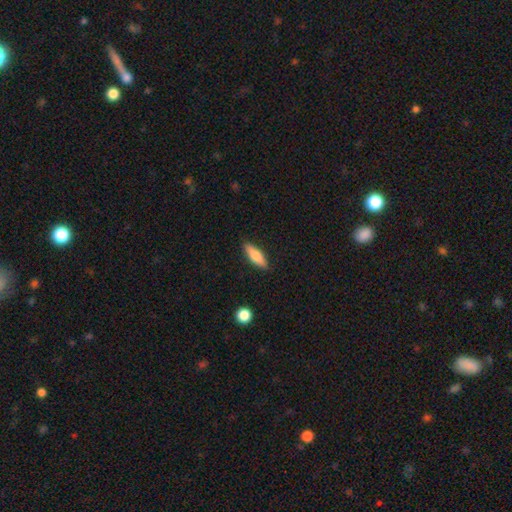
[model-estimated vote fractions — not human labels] Smooth or featured: smooth — 69% (featured or disk — 25%)
How rounded: in between — 49% (cigar-shaped — 48%)
Merging: none — 88% (minor disturbance — 9%)